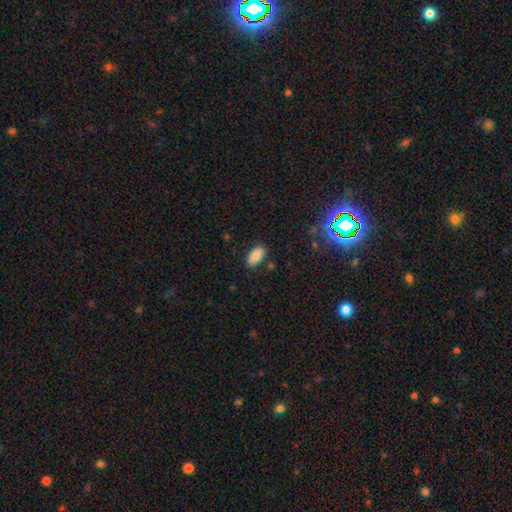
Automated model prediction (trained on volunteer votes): The model was most divided on "merging": none: 83%, minor disturbance: 12%, merger: 3%, major disturbance: 3%. More confident: how rounded — in between (93%); smooth or featured — smooth (82%).